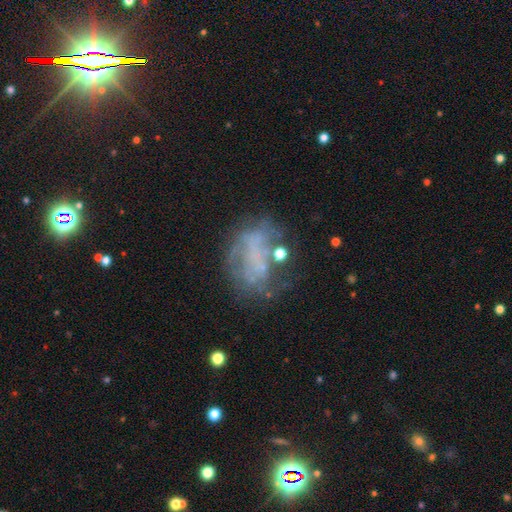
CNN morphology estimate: This is possibly a featured or disk galaxy (53%). It is clearly not viewed edge-on (97%). Bar: likely no (79%). Spiral arm pattern: likely no (75%). Central bulge: likely none (77%). Merging: possibly none (45%).